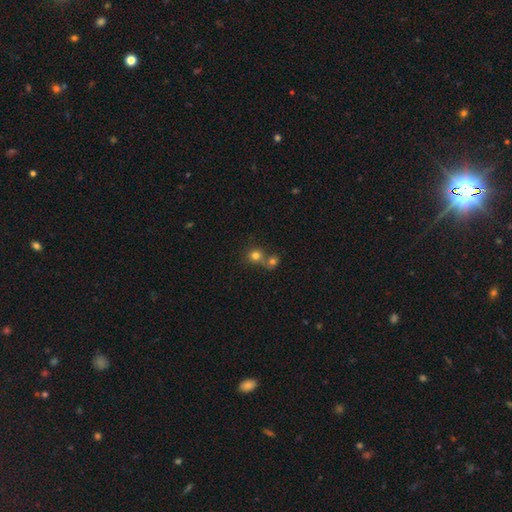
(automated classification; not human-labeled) Smooth or featured: smooth — 77% (star or artifact — 14%)
How rounded: round — 87% (in between — 12%)
Merging: none — 45% (merger — 44%)